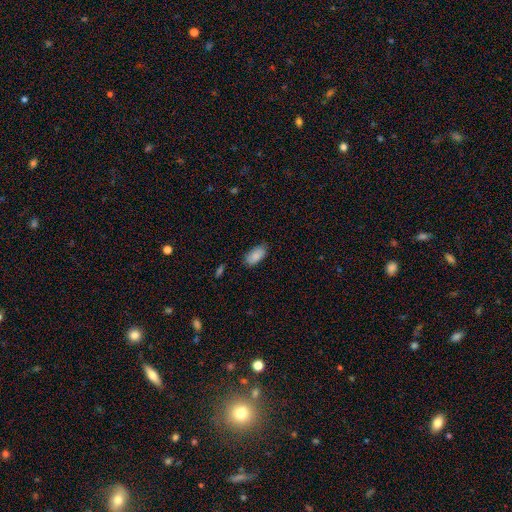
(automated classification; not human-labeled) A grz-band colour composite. It shows a smooth galaxy with no disk features (83%) that is in between round and cigar-shaped (93%). Merging: none (80%).